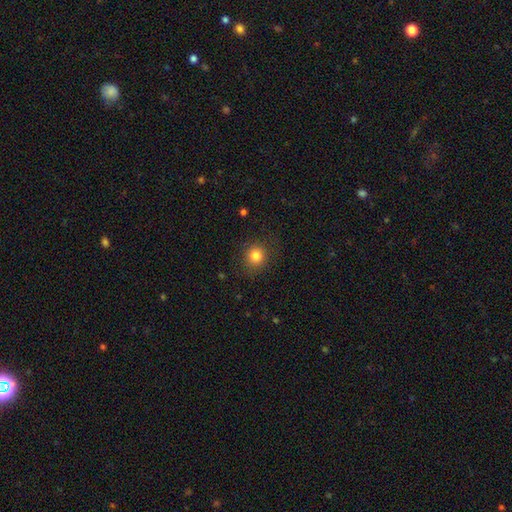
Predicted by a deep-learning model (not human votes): Smooth or featured: smooth — 82% (star or artifact — 12%)
How rounded: round — 86% (in between — 13%)
Merging: none — 87% (minor disturbance — 9%)